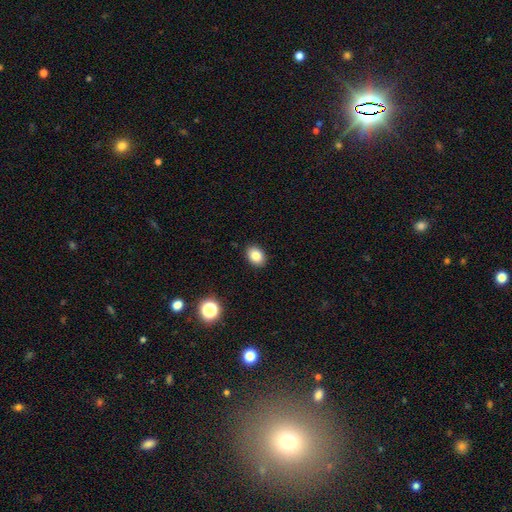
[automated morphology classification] Smooth or featured?
  - smooth: 84% *
  - star or artifact: 10%
  - featured or disk: 6%
How rounded?
  - in between: 72% *
  - round: 28%
  - cigar-shaped: 1%
Merging?
  - none: 90% *
  - minor disturbance: 7%
  - major disturbance: 2%
  - merger: 1%